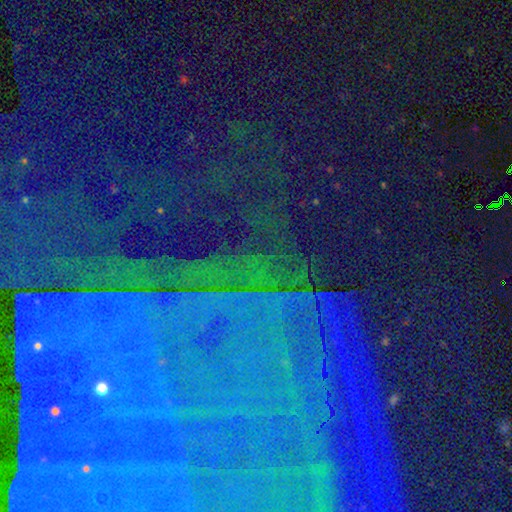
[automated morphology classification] Smooth or featured? Predicted: star or artifact (p=0.86).